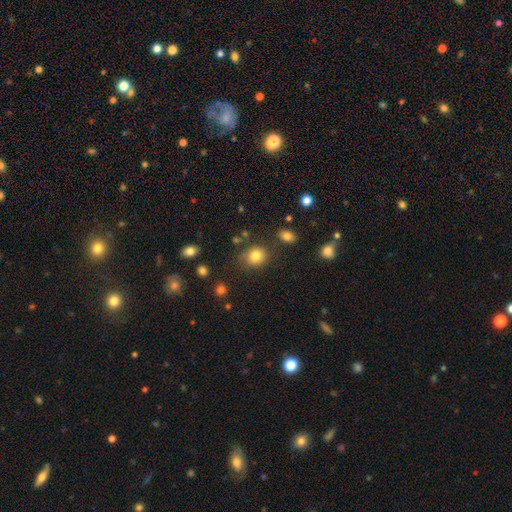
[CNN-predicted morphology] Smooth or featured: smooth — 81% (star or artifact — 11%)
How rounded: round — 72% (in between — 27%)
Merging: none — 73% (minor disturbance — 17%)